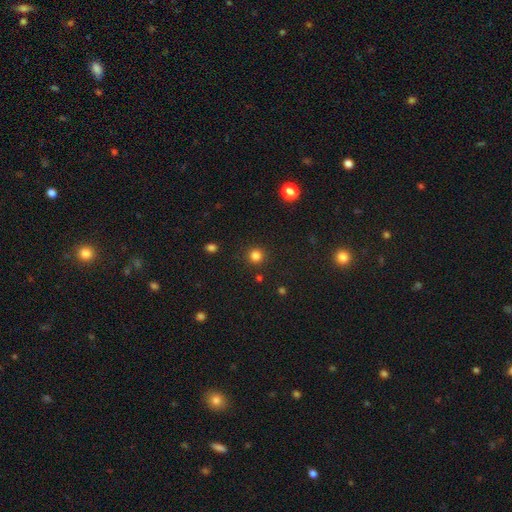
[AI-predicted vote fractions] A smooth galaxy with no disk features (82%) that is round (94%). Merging: none (90%).